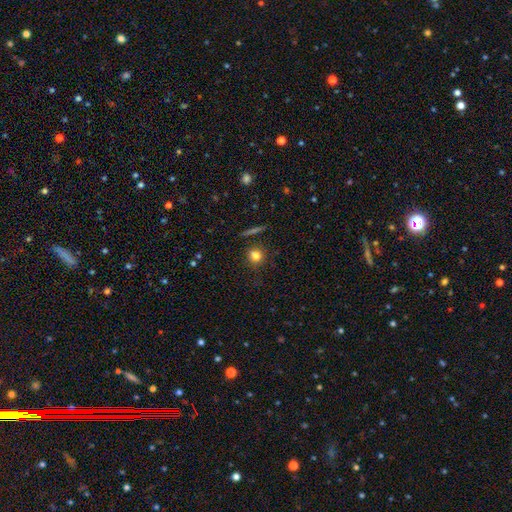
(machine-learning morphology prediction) smooth_or_featured: smooth (p=0.80) [alt: star or artifact p=0.12]
how_rounded: round (p=0.83) [alt: in between p=0.14]
merging: none (p=0.83) [alt: minor disturbance p=0.11]